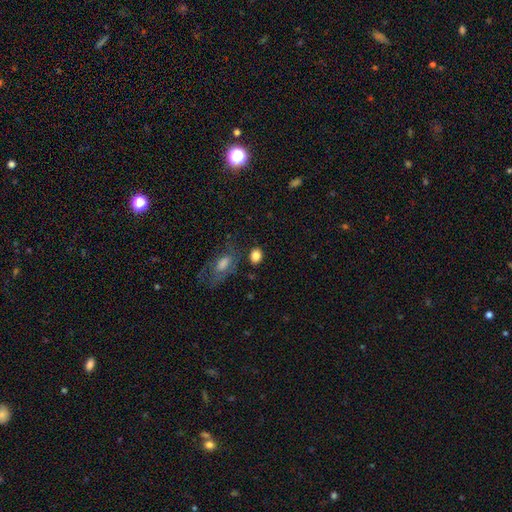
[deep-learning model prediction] Smooth or featured: smooth — 84% (star or artifact — 9%)
How rounded: in between — 62% (round — 36%)
Merging: none — 75% (minor disturbance — 14%)